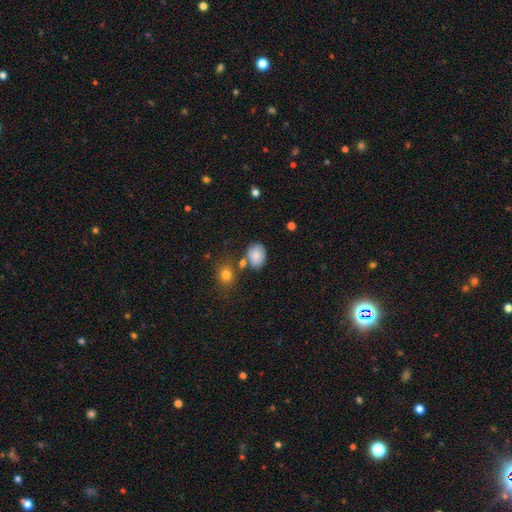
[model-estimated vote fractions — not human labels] A smooth galaxy with no disk features (84%) that is in between round and cigar-shaped (63%). Merging: none (68%).